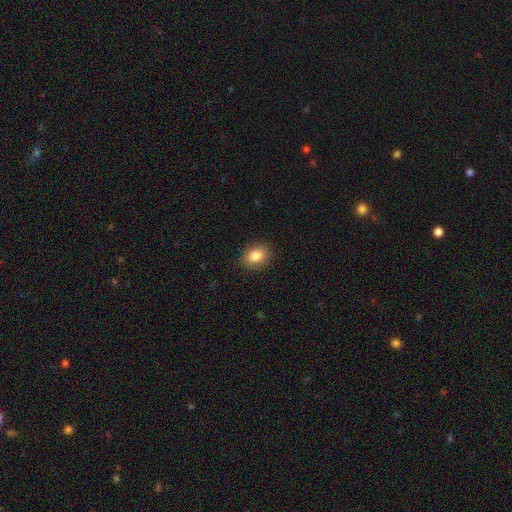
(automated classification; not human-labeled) A smooth galaxy with no disk features (85%) that is in between round and cigar-shaped (66%).

Vote fractions:
- Smooth or featured? smooth: 85% / star or artifact: 9% / featured or disk: 6%
- How rounded? in between: 66% / round: 33% / cigar-shaped: 1%
- Merging? none: 87% / minor disturbance: 9% / major disturbance: 2% / merger: 1%